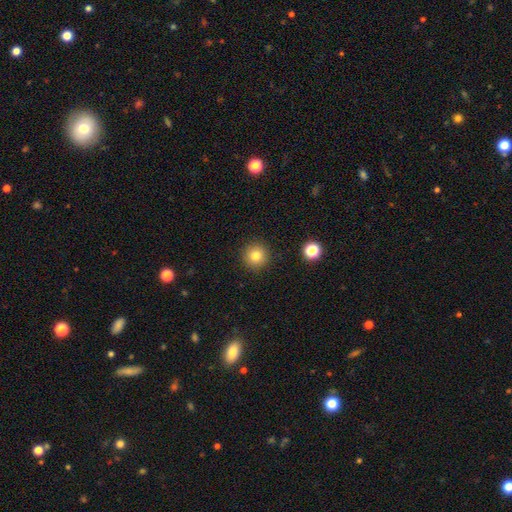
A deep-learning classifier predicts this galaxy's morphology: A smooth galaxy with no disk features (81%) that is round (94%). Merging: none (91%).